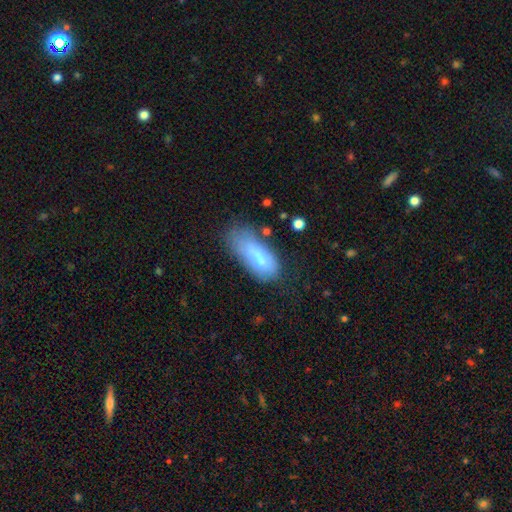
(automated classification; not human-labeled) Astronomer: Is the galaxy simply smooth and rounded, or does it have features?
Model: smooth — 68%.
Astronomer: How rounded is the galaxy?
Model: in between — 79%.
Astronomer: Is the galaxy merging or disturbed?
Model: none — 42% (runner-up: minor disturbance, 32%).